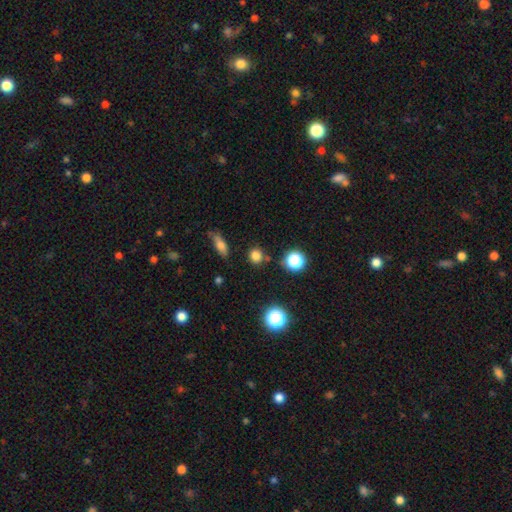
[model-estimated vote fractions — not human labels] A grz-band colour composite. It shows a smooth galaxy with no disk features (78%) that is round (85%). Merging: none (82%).